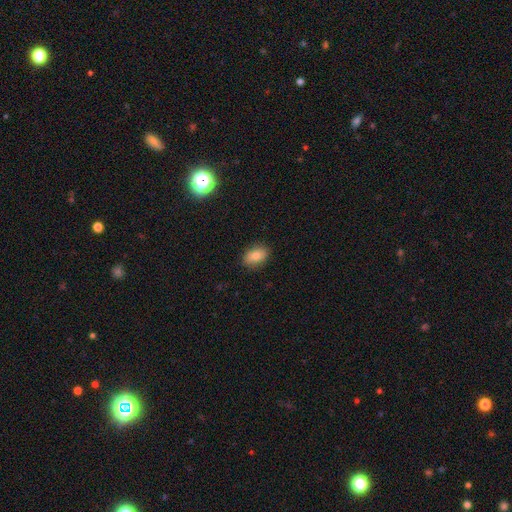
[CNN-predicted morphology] Smooth or featured? smooth (79%)
How rounded? in between (80%)
Merging? none (87%)